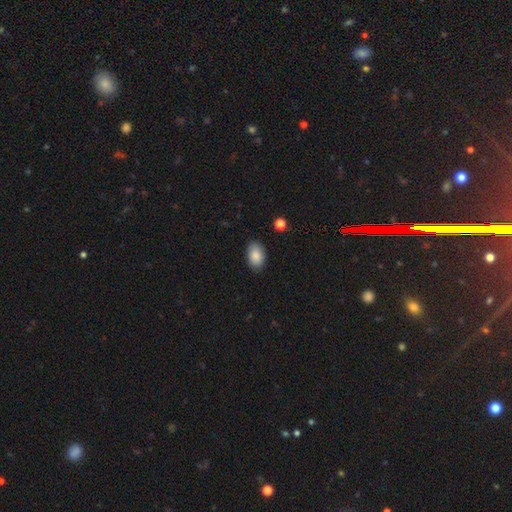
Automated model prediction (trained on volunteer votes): smooth_or_featured: smooth (p=0.88) [alt: star or artifact p=0.07]
how_rounded: in between (p=0.91) [alt: round p=0.08]
merging: none (p=0.86) [alt: minor disturbance p=0.10]